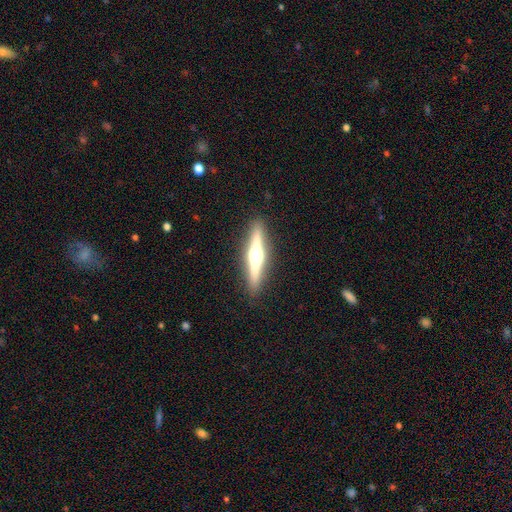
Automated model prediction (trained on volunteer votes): Smooth or featured? Predicted: featured or disk (p=0.71). Edge-on disk? Predicted: yes (p=0.97). Edge-on bulge? Predicted: rounded (p=0.94). Merging? Predicted: none (p=0.91).